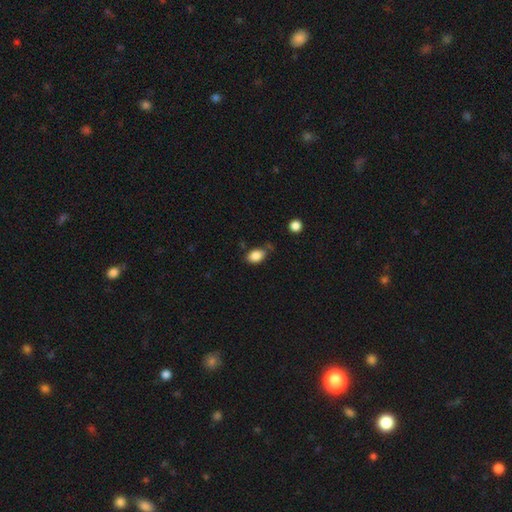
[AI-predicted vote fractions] This appears to be a smooth galaxy with no disk features (86%) that is in between round and cigar-shaped (80%). Merging: none (68%).